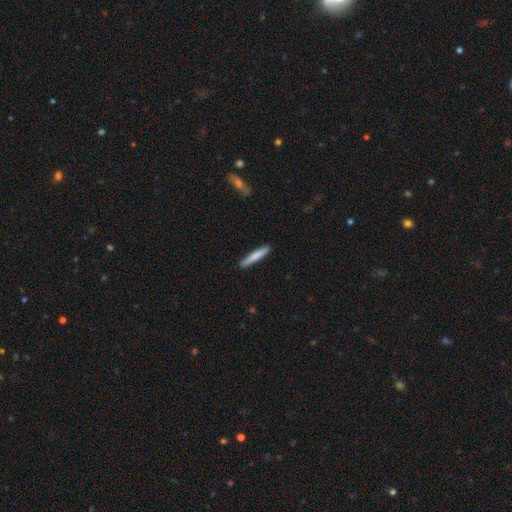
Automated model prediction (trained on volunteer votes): Smooth or featured? Predicted: smooth (p=0.75). How rounded? Predicted: cigar-shaped (p=0.94). Merging? Predicted: none (p=0.90).